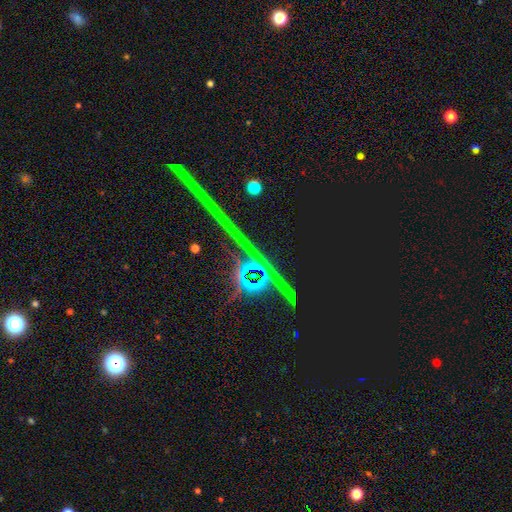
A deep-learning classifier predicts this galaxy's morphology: Overall: star or artifact (68%).